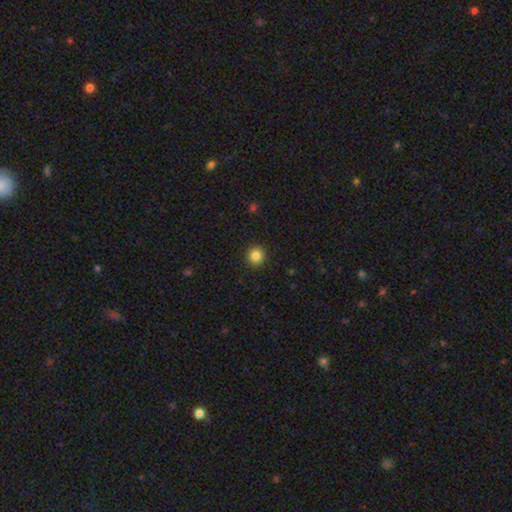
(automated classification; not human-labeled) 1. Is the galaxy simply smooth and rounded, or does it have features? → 85% smooth, 11% star or artifact, 4% featured or disk.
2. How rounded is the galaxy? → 94% round, 5% in between, 1% cigar-shaped.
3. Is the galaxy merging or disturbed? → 93% none, 5% minor disturbance, 2% major disturbance, 1% merger.